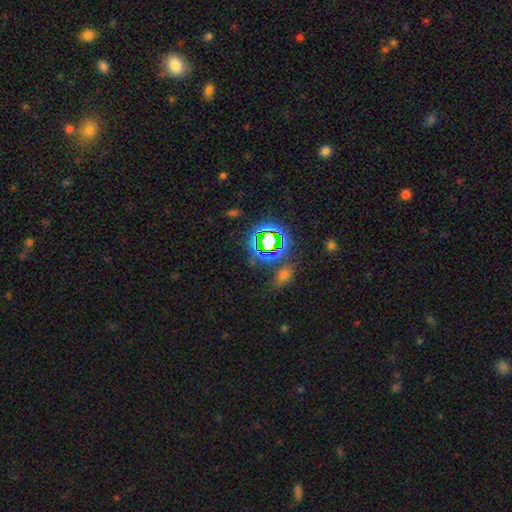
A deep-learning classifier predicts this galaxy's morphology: This appears to be a star or artifact, not a galaxy (48%).